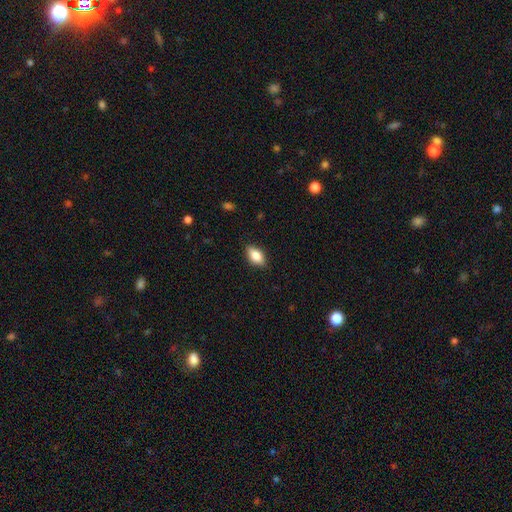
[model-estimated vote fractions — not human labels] This appears to be a smooth galaxy with no disk features (81%) that is in between round and cigar-shaped (88%). Merging: none (86%).